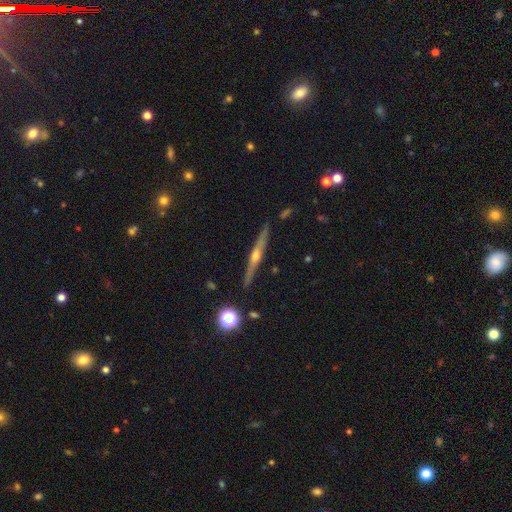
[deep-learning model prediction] smooth-or-featured: featured or disk: 75% | smooth: 19% | star or artifact: 7%
  disk-edge-on: yes: 97% | no: 3%
    edge-on-bulge: rounded: 89% | none: 8% | boxy: 3%
  merging: none: 88% | minor disturbance: 9% | merger: 2% | major disturbance: 2%